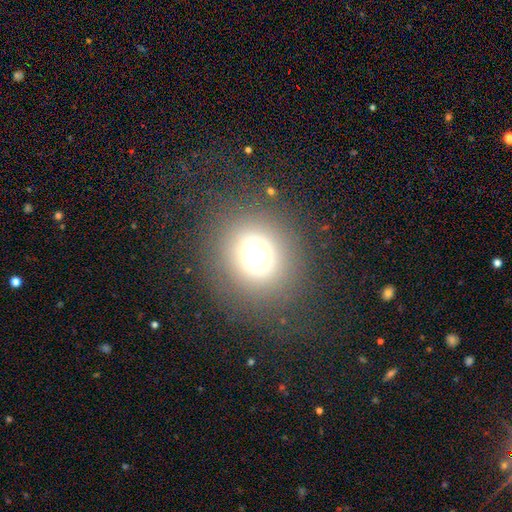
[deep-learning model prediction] Smooth or featured: smooth — 61% (star or artifact — 21%)
How rounded: round — 84% (in between — 15%)
Merging: none — 80% (minor disturbance — 11%)